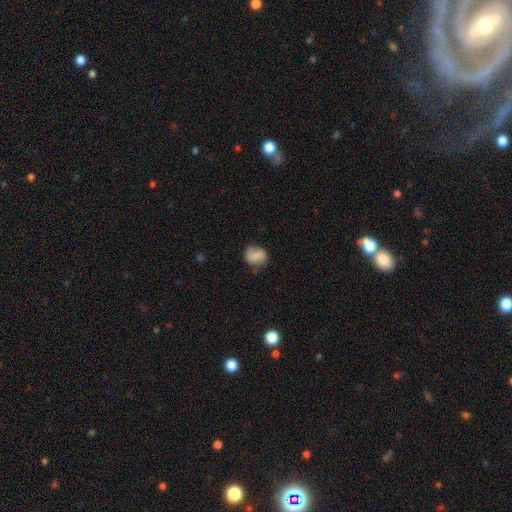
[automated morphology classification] smooth_or_featured: smooth (p=0.68) [alt: featured or disk p=0.23]
how_rounded: round (p=0.62) [alt: in between p=0.36]
merging: none (p=0.64) [alt: minor disturbance p=0.26]